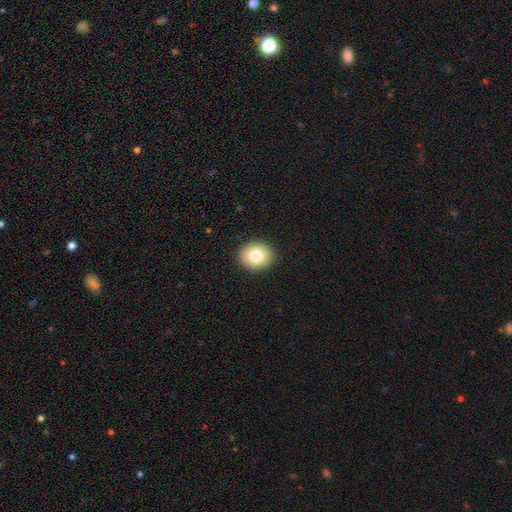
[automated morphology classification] smooth-or-featured: smooth: 80% | featured or disk: 11% | star or artifact: 9%
  how-rounded: round: 65% | in between: 34% | cigar-shaped: 1%
  merging: none: 91% | minor disturbance: 6% | major disturbance: 2% | merger: 1%